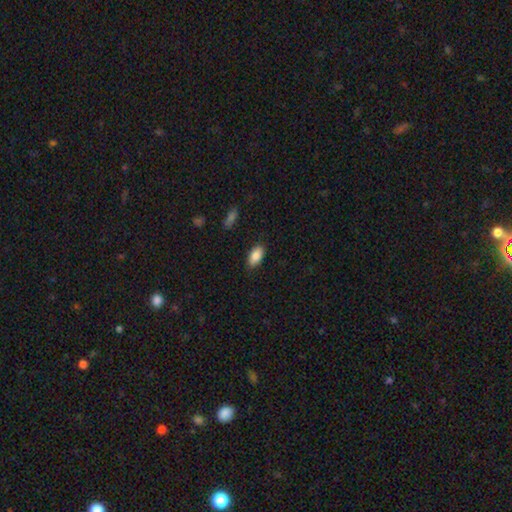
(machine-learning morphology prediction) Overall: smooth (87%). How rounded: in between (92%). Merging: none (86%).